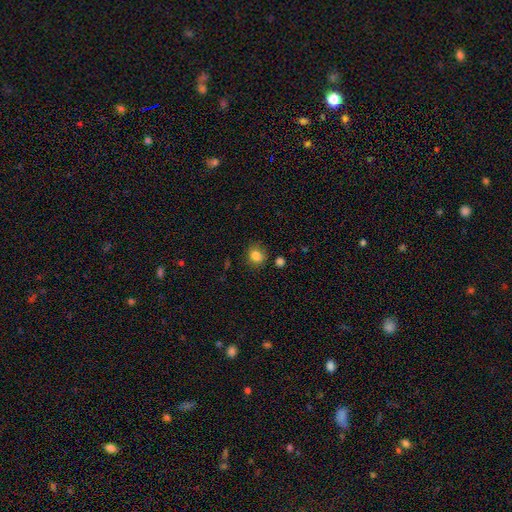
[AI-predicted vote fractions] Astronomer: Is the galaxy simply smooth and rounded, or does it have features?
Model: smooth — 83%.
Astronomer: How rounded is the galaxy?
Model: round — 74%.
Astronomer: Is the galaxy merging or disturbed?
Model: none — 80%.